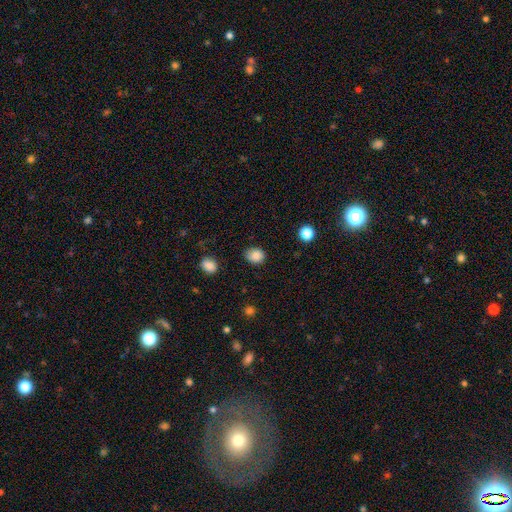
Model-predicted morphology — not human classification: Smooth or featured? Predicted: smooth (p=0.86). How rounded? Predicted: round (p=0.60). Merging? Predicted: none (p=0.79).